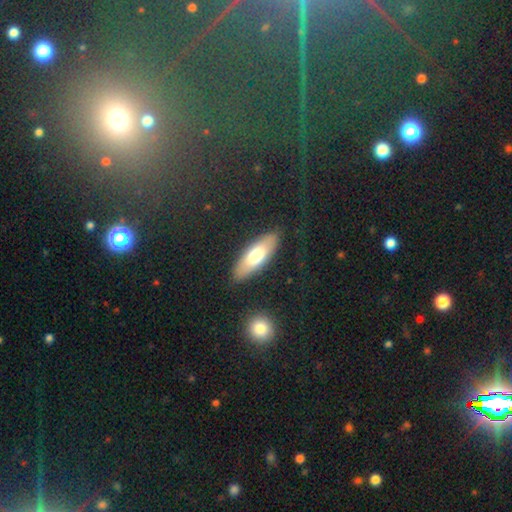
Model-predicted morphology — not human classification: Smooth or featured? smooth (68%)
How rounded? in between (67%)
Merging? none (87%)